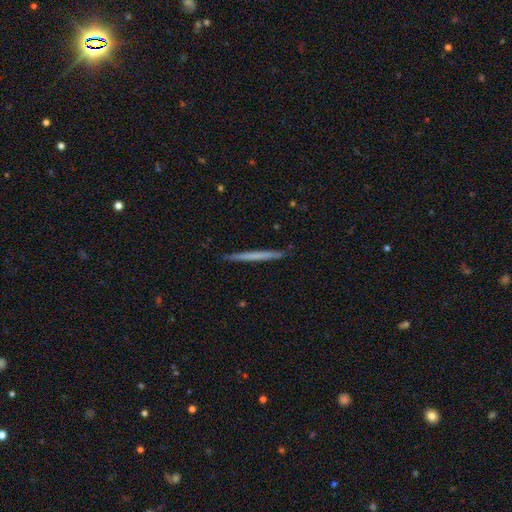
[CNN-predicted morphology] smooth_or_featured: smooth (p=0.53) [alt: featured or disk p=0.42]
how_rounded: cigar-shaped (p=0.97) [alt: in between p=0.01]
merging: none (p=0.92) [alt: minor disturbance p=0.06]